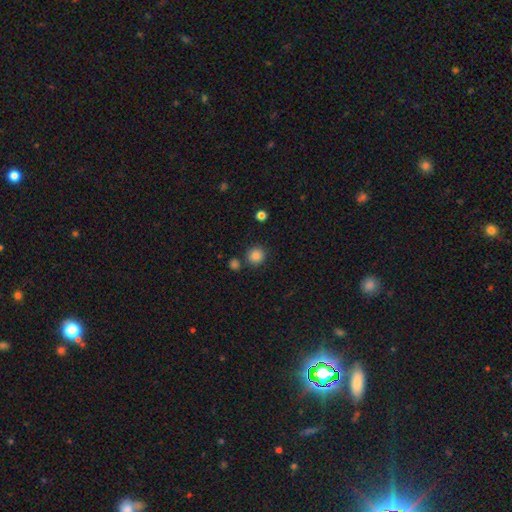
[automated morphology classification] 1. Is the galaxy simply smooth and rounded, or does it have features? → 85% smooth, 11% star or artifact, 4% featured or disk.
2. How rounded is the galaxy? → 92% round, 7% in between, 1% cigar-shaped.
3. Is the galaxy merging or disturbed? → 81% none, 8% merger, 8% minor disturbance, 3% major disturbance.